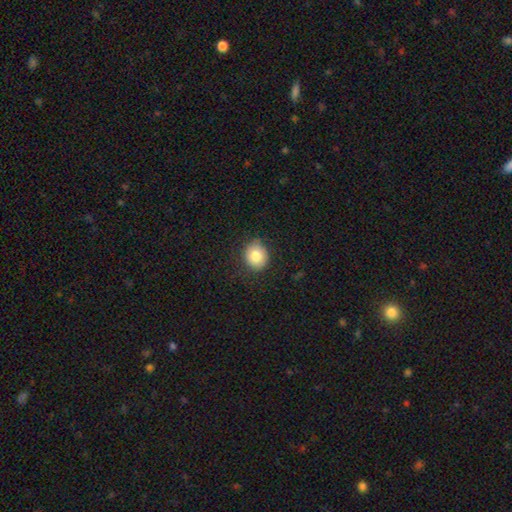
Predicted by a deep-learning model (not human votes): Overall: smooth (82%). How rounded: round (75%). Merging: none (82%).